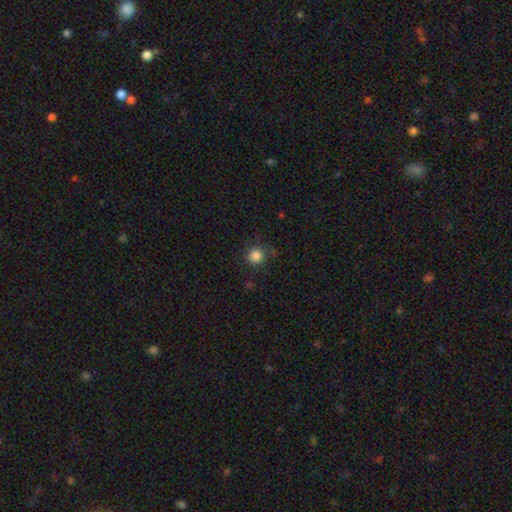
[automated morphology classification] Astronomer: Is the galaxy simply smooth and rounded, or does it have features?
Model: smooth — 84%.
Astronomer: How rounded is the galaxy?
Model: round — 94%.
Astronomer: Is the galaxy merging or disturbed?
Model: none — 81%.